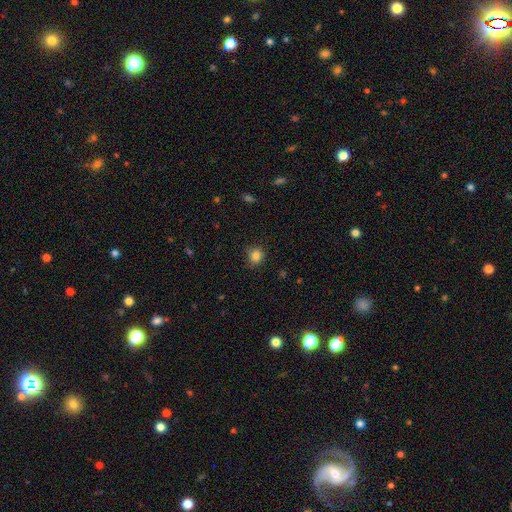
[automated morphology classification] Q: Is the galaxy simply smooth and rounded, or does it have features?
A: smooth — 84%.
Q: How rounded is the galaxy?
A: round — 84%.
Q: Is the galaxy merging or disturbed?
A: none — 81%.